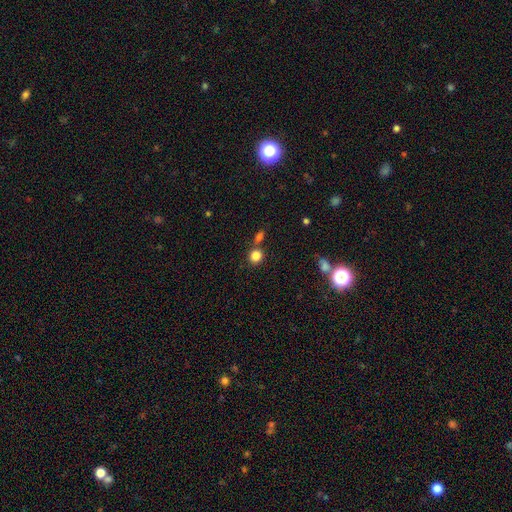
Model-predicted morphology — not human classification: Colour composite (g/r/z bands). It shows a smooth galaxy with no disk features (84%) that is round (81%). Merging: none (66%).